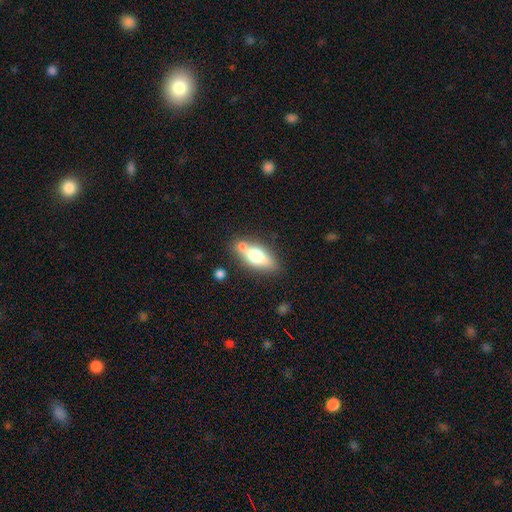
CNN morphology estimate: smooth_or_featured: smooth (p=0.58) [alt: featured or disk p=0.35]
how_rounded: in between (p=0.69) [alt: cigar-shaped p=0.26]
merging: none (p=0.66) [alt: minor disturbance p=0.15]